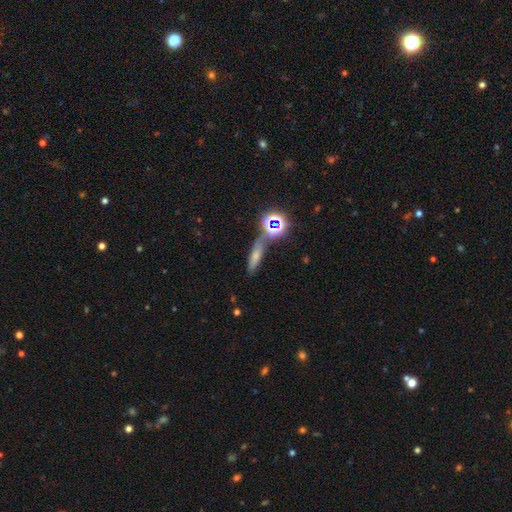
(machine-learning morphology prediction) type=smooth (58%); roundness=cigar-shaped (57%); merging=none (57%).